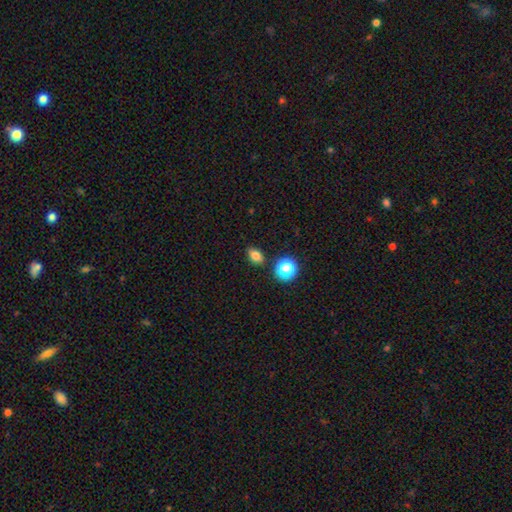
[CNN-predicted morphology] This is clearly a smooth galaxy (80%). How rounded: likely in between (72%). Merging: clearly none (83%).